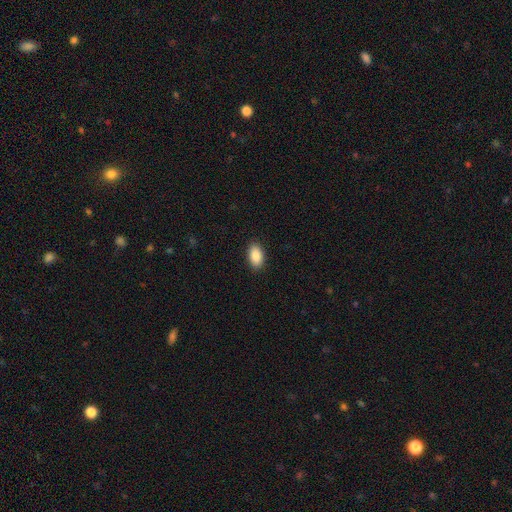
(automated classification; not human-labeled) Smooth or featured? smooth (89%)
How rounded? in between (94%)
Merging? none (90%)